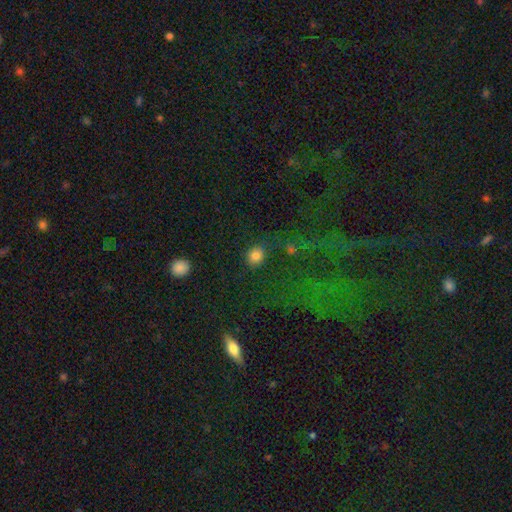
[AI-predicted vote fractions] smooth_or_featured: smooth (p=0.83) [alt: star or artifact p=0.12]
how_rounded: round (p=0.71) [alt: in between p=0.28]
merging: none (p=0.81) [alt: minor disturbance p=0.11]